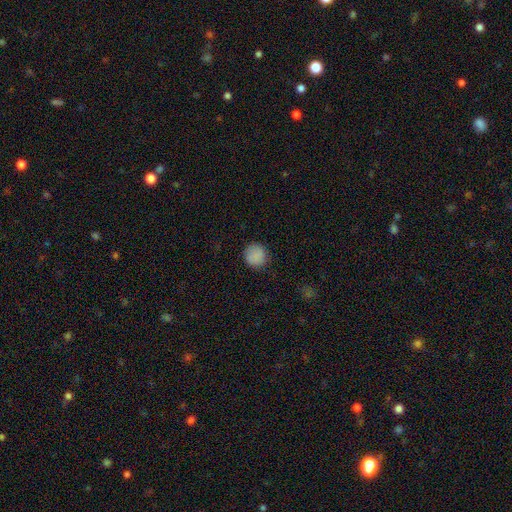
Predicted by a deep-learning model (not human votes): This appears to be a smooth galaxy with no disk features (87%) that is round (92%). Merging: none (87%).